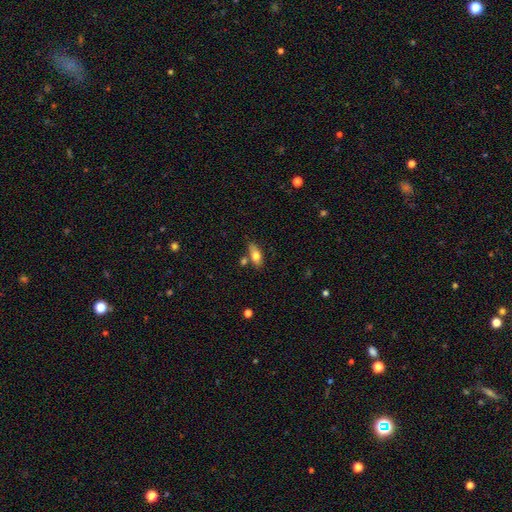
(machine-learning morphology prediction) Q: Smooth or featured?
A: smooth (69%); runner-up: featured or disk (24%)
Q: How rounded?
A: in between (79%); runner-up: cigar-shaped (16%)
Q: Merging?
A: none (64%); runner-up: minor disturbance (17%)